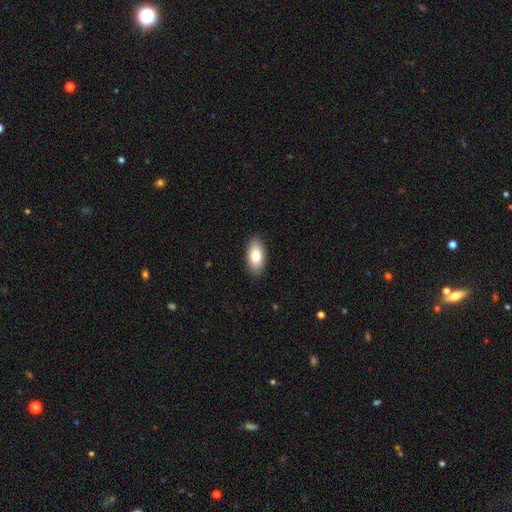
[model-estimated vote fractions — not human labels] A smooth galaxy with no disk features (79%) that is in between round and cigar-shaped (93%). Merging: none (89%).